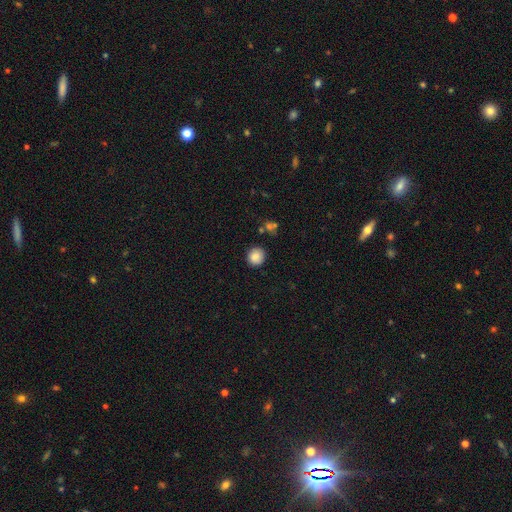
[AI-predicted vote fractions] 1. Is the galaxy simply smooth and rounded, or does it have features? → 86% smooth, 9% star or artifact, 5% featured or disk.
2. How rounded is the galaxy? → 91% round, 8% in between, 1% cigar-shaped.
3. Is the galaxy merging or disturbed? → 87% none, 8% minor disturbance, 2% merger, 2% major disturbance.